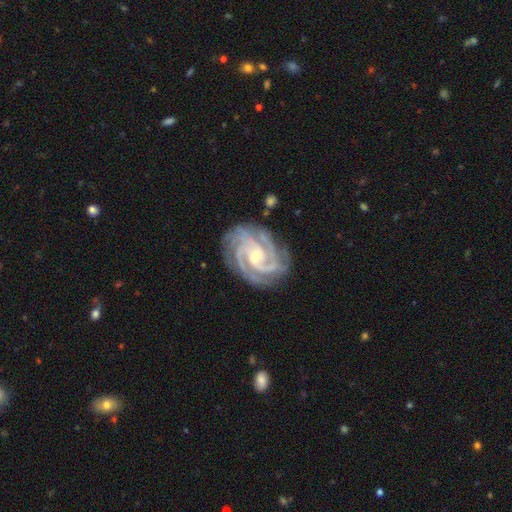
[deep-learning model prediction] Smooth or featured? featured or disk (93%)
Edge-on disk? no (98%)
Bar? no (51%)
Spiral arms? yes (99%)
Spiral winding? tight (72%)
Spiral arm count? 4 (32%)
Bulge size? small (55%)
Merging? none (80%)